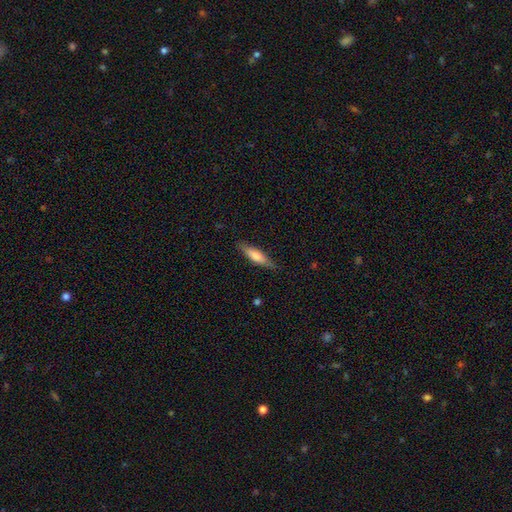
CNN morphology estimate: Overall: smooth (63%; featured or disk 31%). How rounded: cigar-shaped (71%). Merging: none (84%).